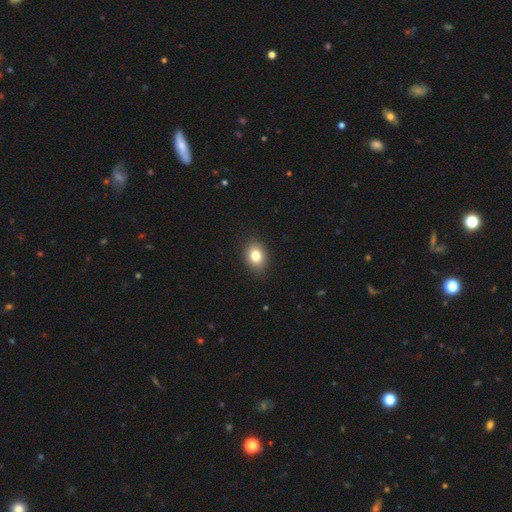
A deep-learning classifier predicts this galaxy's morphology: smooth 82%, star or artifact 10%, featured or disk 9%. Down the decision tree: how rounded — in between (66%); merging — none (89%).